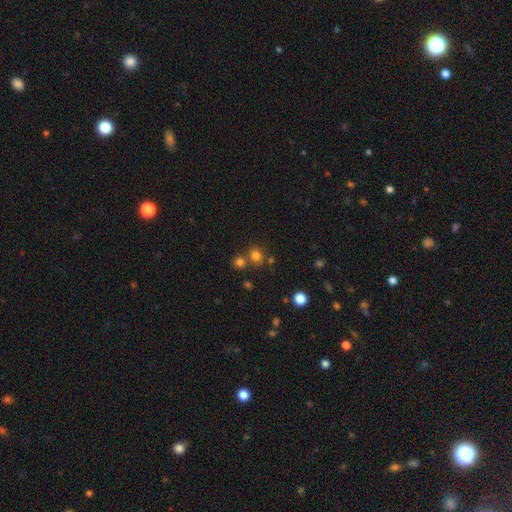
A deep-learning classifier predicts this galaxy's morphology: The model was most divided on "smooth or featured": star or artifact: 44%, smooth: 42%, featured or disk: 14%.